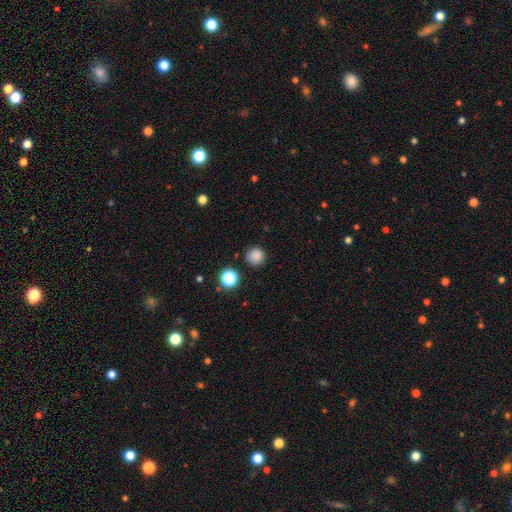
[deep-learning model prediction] A smooth galaxy with no disk features (84%) that is round (95%). Merging: none (88%).